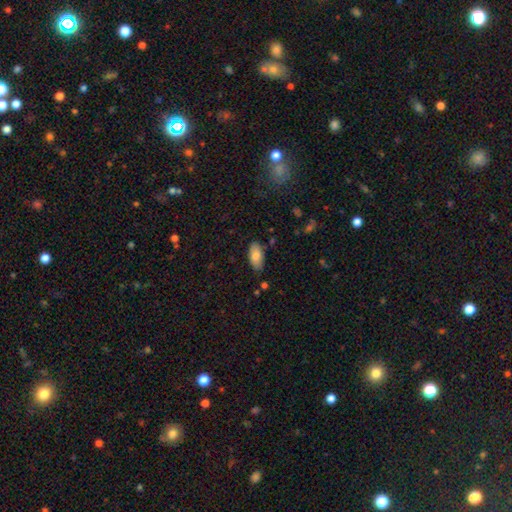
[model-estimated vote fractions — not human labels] smooth 81%, featured or disk 12%, star or artifact 7%. Down the decision tree: how rounded — in between (91%); merging — none (82%).